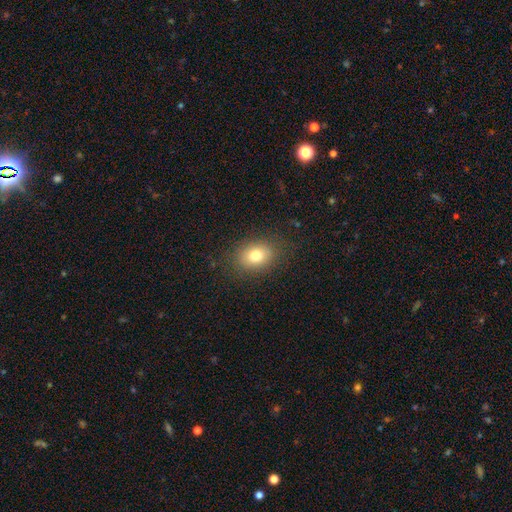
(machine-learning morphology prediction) A smooth galaxy with no disk features (78%) that is in between round and cigar-shaped (67%). Merging: none (83%).